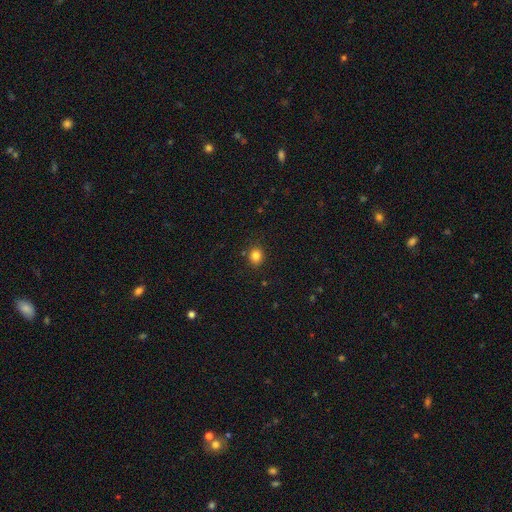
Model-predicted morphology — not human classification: A smooth galaxy with no disk features (82%) that is round (68%).

Vote fractions:
- Smooth or featured? smooth: 82% / star or artifact: 12% / featured or disk: 6%
- How rounded? round: 68% / in between: 31% / cigar-shaped: 1%
- Merging? none: 85% / minor disturbance: 10% / merger: 3% / major disturbance: 3%